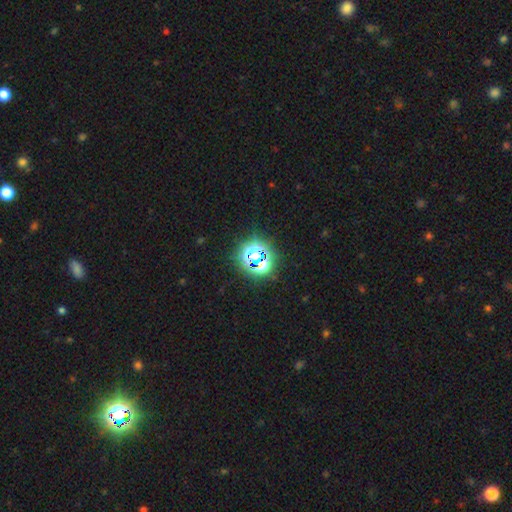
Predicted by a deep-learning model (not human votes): This appears to be a star or artifact, not a galaxy (69%).